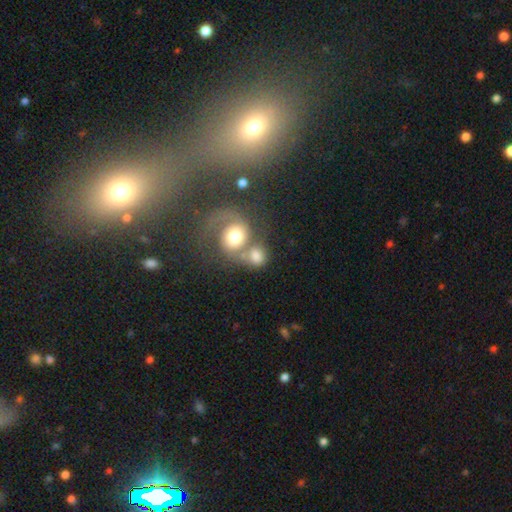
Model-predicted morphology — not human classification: smooth-or-featured: smooth: 57% | featured or disk: 33% | star or artifact: 10%
  how-rounded: round: 66% | in between: 33% | cigar-shaped: 1%
  merging: merger: 54% | none: 26% | major disturbance: 10% | minor disturbance: 9%